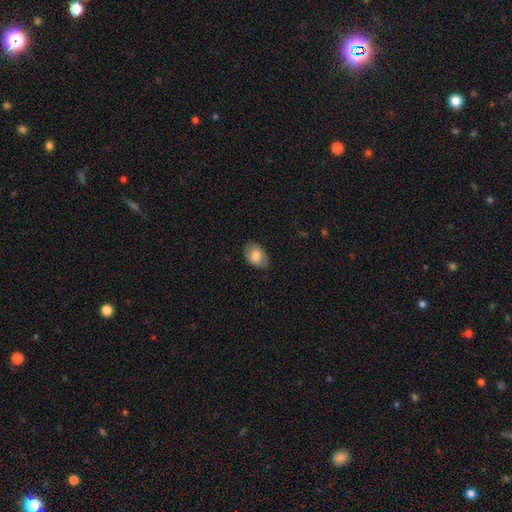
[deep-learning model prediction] smooth 79%, featured or disk 14%, star or artifact 7%. Down the decision tree: how rounded — in between (88%); merging — none (81%).